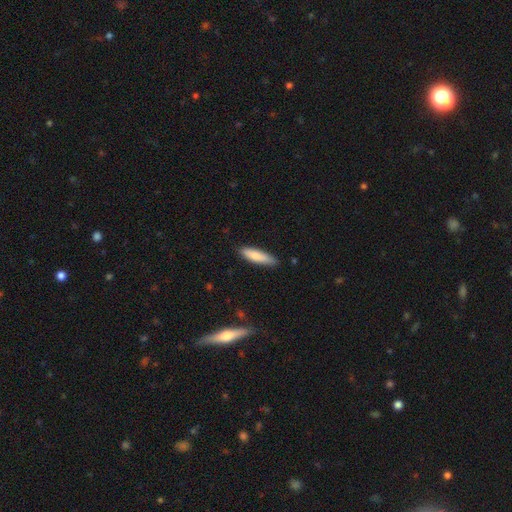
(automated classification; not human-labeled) smooth_or_featured: smooth (p=0.81) [alt: featured or disk p=0.14]
how_rounded: cigar-shaped (p=0.68) [alt: in between p=0.31]
merging: none (p=0.83) [alt: minor disturbance p=0.14]